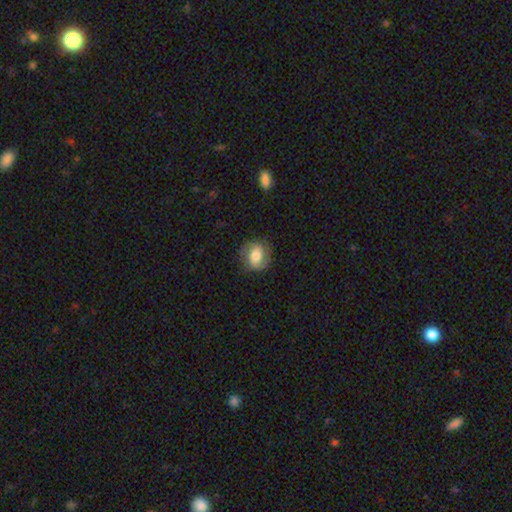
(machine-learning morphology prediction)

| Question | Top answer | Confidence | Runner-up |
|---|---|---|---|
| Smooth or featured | smooth | 51% | featured or disk (41%) |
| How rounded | round | 67% | in between (32%) |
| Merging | none | 79% | minor disturbance (14%) |